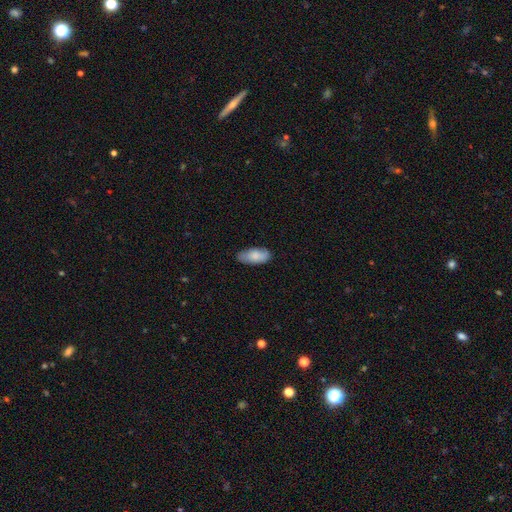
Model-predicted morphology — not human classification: A smooth galaxy with no disk features (82%) that is in between round and cigar-shaped (90%).

Vote fractions:
- Smooth or featured? smooth: 82% / featured or disk: 12% / star or artifact: 6%
- How rounded? in between: 90% / cigar-shaped: 8% / round: 2%
- Merging? none: 78% / minor disturbance: 18% / major disturbance: 3% / merger: 1%